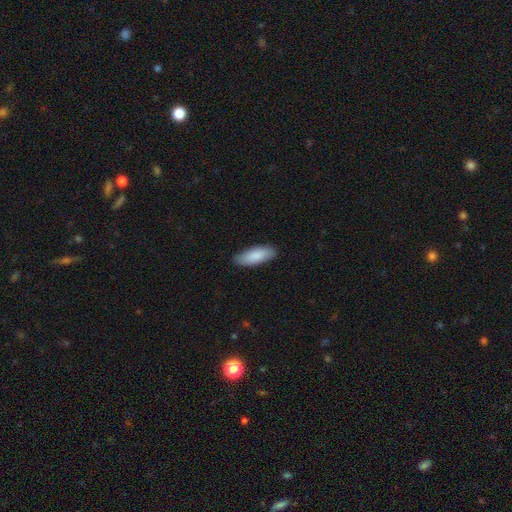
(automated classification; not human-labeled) Smooth or featured? smooth (87%)
How rounded? in between (71%)
Merging? none (87%)